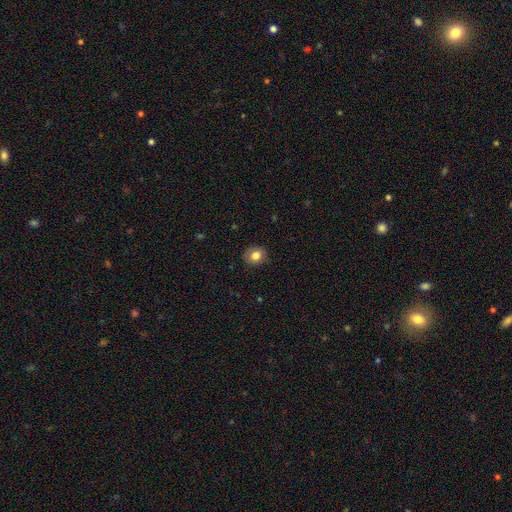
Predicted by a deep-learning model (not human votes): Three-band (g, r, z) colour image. It shows a smooth galaxy with no disk features (82%) that is round (75%). Merging: none (85%).